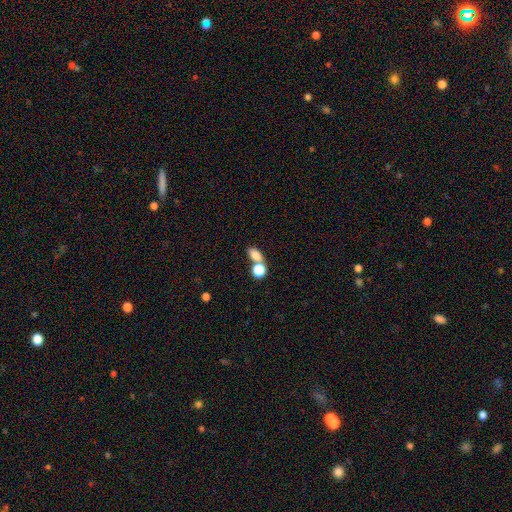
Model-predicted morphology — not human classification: This appears to be a smooth galaxy with no disk features (80%) that is in between round and cigar-shaped (78%). Merging: merger (43%, tied with none).